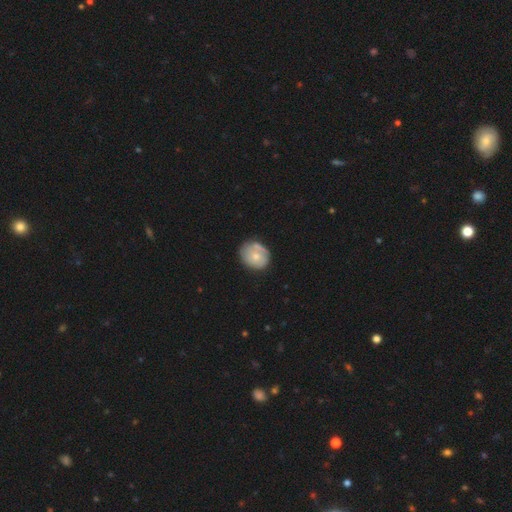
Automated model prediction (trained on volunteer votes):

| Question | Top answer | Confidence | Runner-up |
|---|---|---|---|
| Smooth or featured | smooth | 59% | featured or disk (34%) |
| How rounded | round | 66% | in between (33%) |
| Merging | none | 59% | minor disturbance (26%) |